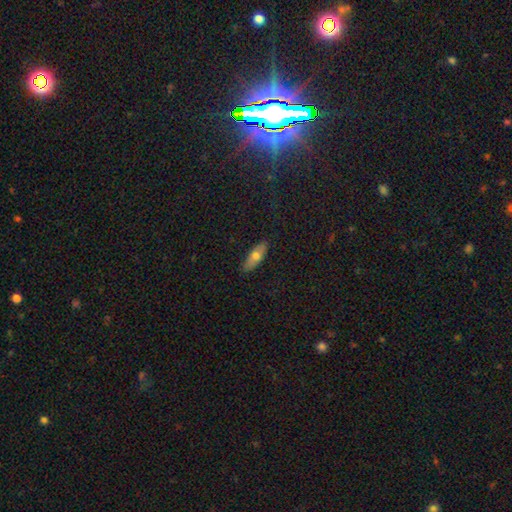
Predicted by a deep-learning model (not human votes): Q: Smooth or featured?
A: smooth (67%); runner-up: featured or disk (27%)
Q: How rounded?
A: in between (65%); runner-up: cigar-shaped (33%)
Q: Merging?
A: none (86%); runner-up: minor disturbance (11%)